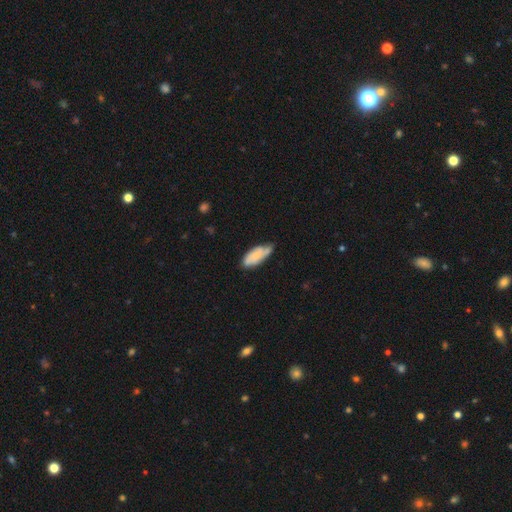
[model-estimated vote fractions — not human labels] Smooth or featured? Predicted: smooth (p=0.69). How rounded? Predicted: in between (p=0.79). Merging? Predicted: none (p=0.52).